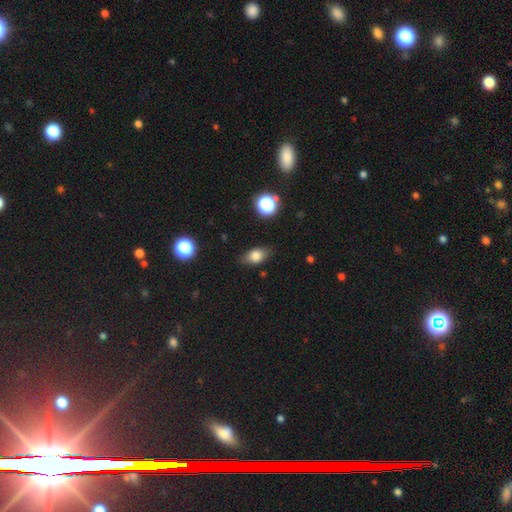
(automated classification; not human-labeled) Overall: smooth (78%). How rounded: in between (82%). Merging: none (80%).